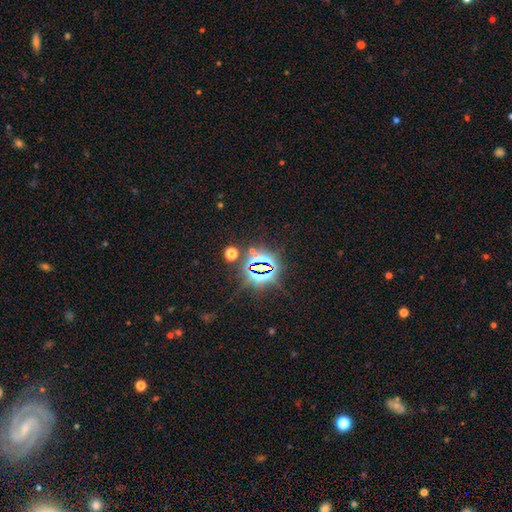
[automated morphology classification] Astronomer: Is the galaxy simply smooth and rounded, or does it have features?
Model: star or artifact — 76%.